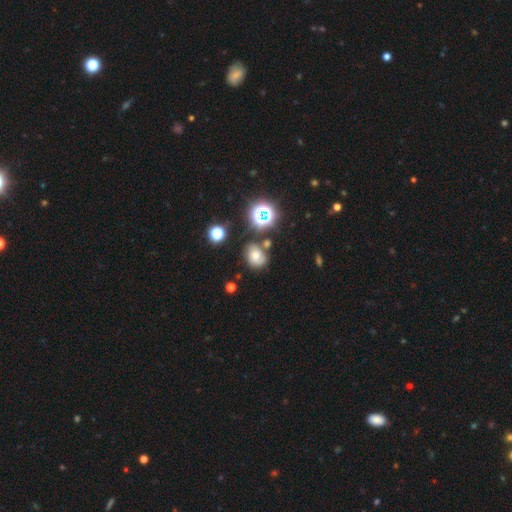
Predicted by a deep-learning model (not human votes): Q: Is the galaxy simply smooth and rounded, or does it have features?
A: smooth — 50%.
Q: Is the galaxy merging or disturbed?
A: none — 60%.